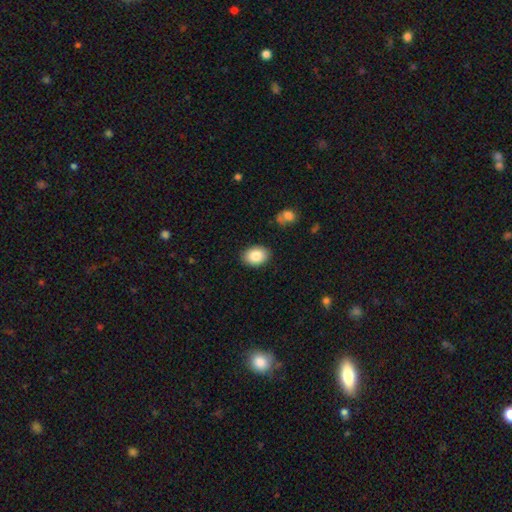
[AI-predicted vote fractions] Smooth or featured?
  - smooth: 86% *
  - star or artifact: 7%
  - featured or disk: 7%
How rounded?
  - in between: 75% *
  - round: 24%
  - cigar-shaped: 1%
Merging?
  - none: 88% *
  - minor disturbance: 9%
  - major disturbance: 2%
  - merger: 1%